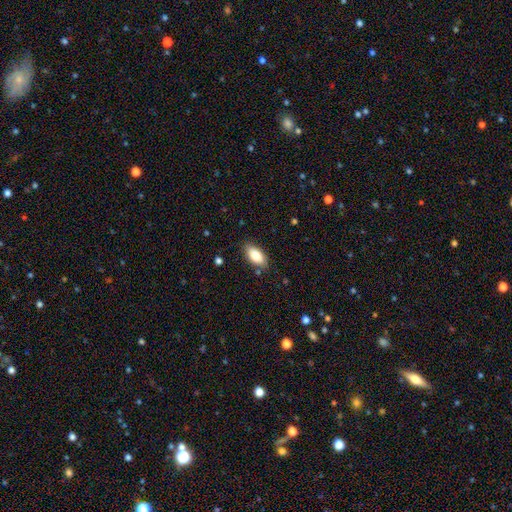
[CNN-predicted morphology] This appears to be a smooth galaxy with no disk features (83%) that is in between round and cigar-shaped (90%). Merging: none (84%).